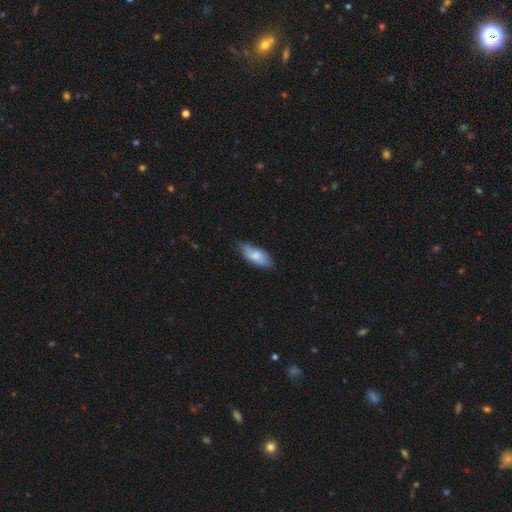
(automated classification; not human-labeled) A smooth galaxy with no disk features (76%) that is in between round and cigar-shaped (85%).

Vote fractions:
- Smooth or featured? smooth: 76% / featured or disk: 18% / star or artifact: 6%
- How rounded? in between: 85% / cigar-shaped: 13% / round: 2%
- Merging? none: 70% / minor disturbance: 25% / major disturbance: 4% / merger: 1%